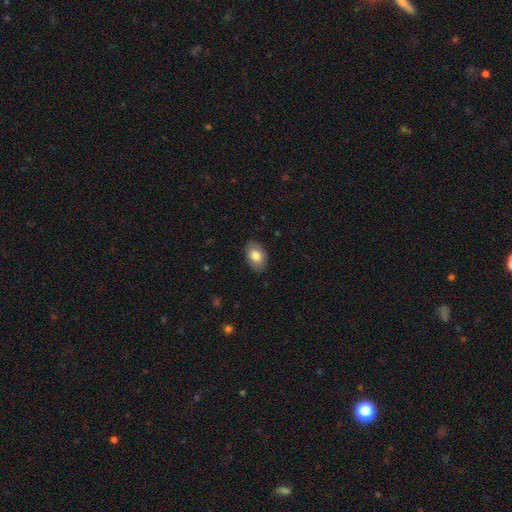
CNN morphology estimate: smooth-or-featured: smooth: 82% | featured or disk: 12% | star or artifact: 7%
  how-rounded: in between: 88% | round: 11% | cigar-shaped: 1%
  merging: none: 86% | minor disturbance: 11% | major disturbance: 2% | merger: 1%